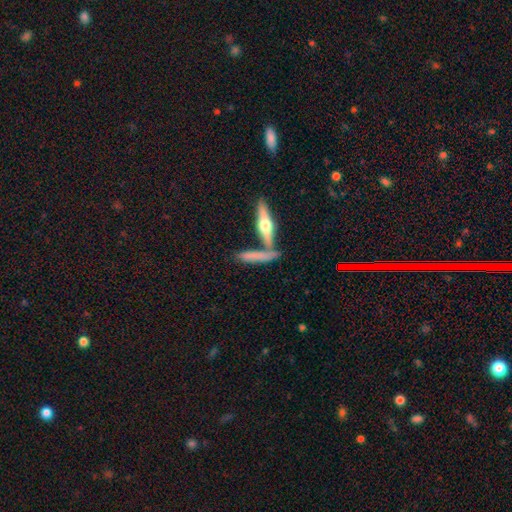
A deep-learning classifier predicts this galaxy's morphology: Smooth or featured?
  - featured or disk: 50% *
  - smooth: 42%
  - star or artifact: 8%
Merging?
  - none: 60% *
  - merger: 24%
  - minor disturbance: 12%
  - major disturbance: 4%